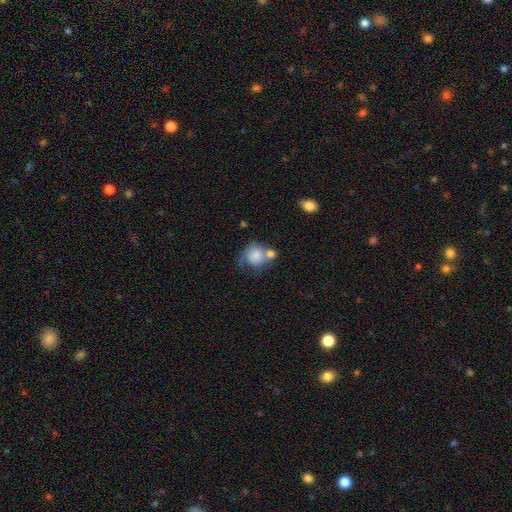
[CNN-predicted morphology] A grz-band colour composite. It shows a smooth galaxy with no disk features (69%) that is round (75%). Merging: merger (38%).